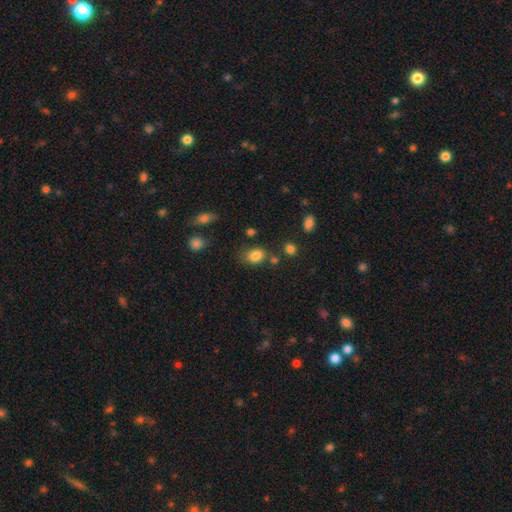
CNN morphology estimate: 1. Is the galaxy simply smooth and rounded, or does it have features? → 83% smooth, 11% star or artifact, 6% featured or disk.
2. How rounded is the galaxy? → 73% in between, 26% round, 1% cigar-shaped.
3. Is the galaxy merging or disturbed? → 67% none, 18% minor disturbance, 9% merger, 6% major disturbance.